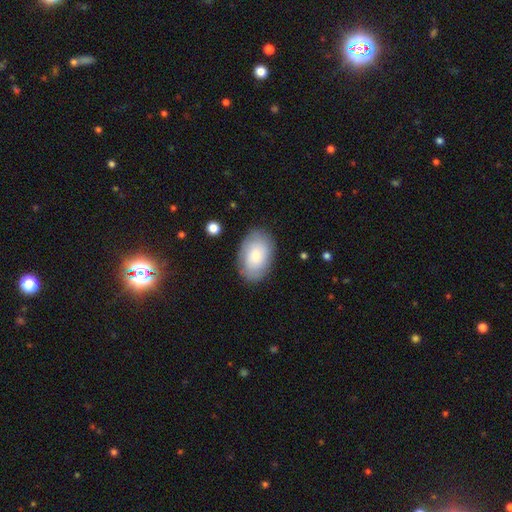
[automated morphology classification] This appears to be a smooth galaxy with no disk features (76%) that is in between round and cigar-shaped (90%). Merging: none (83%).